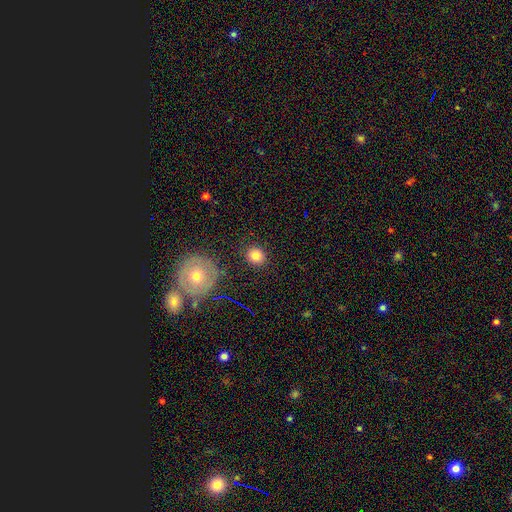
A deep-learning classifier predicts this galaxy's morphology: This appears to be a smooth galaxy with no disk features (81%) that is round (85%). Merging: none (87%).